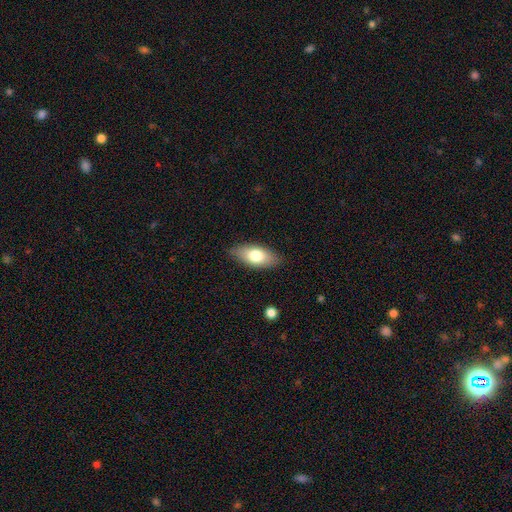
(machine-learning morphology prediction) A smooth galaxy with no disk features (75%) that is in between round and cigar-shaped (88%).

Vote fractions:
- Smooth or featured? smooth: 75% / featured or disk: 19% / star or artifact: 6%
- How rounded? in between: 88% / cigar-shaped: 9% / round: 3%
- Merging? none: 84% / minor disturbance: 13% / major disturbance: 3% / merger: 1%